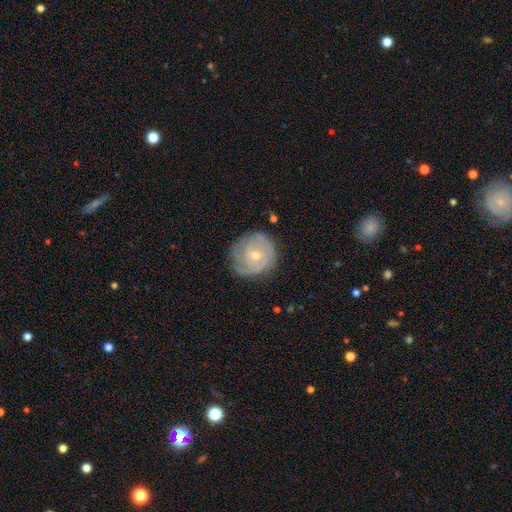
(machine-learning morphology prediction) Q: Smooth or featured?
A: featured or disk (75%); runner-up: smooth (19%)
Q: Edge-on disk?
A: no (98%); runner-up: yes (2%)
Q: Bar?
A: no (72%); runner-up: weak (24%)
Q: Spiral arms?
A: yes (90%); runner-up: no (10%)
Q: Spiral winding?
A: tight (67%); runner-up: medium (26%)
Q: Spiral arm count?
A: can't tell (32%); runner-up: 2 (27%)
Q: Bulge size?
A: small (60%); runner-up: moderate (37%)
Q: Merging?
A: none (72%); runner-up: minor disturbance (19%)